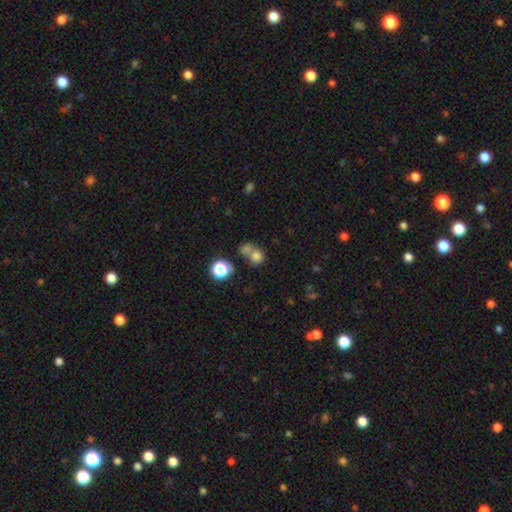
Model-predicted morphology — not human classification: The model was most divided on "merging": merger: 46%, none: 41%, minor disturbance: 8%, major disturbance: 5%. More confident: how rounded — round (79%); smooth or featured — smooth (73%).